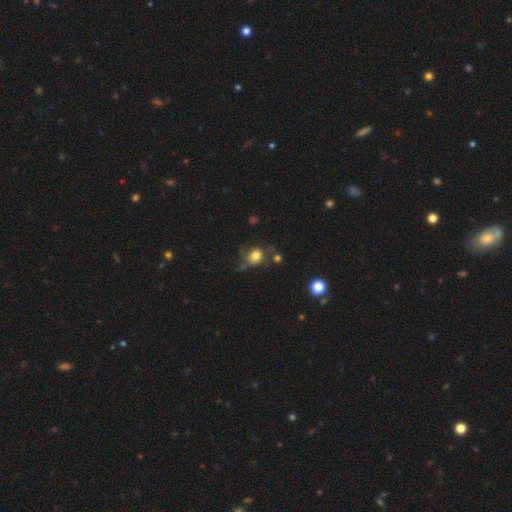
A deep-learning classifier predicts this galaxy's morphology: The model was most divided on "merging": none: 53%, minor disturbance: 23%, major disturbance: 14%, merger: 9%. More confident: smooth or featured — smooth (75%); how rounded — round (64%).